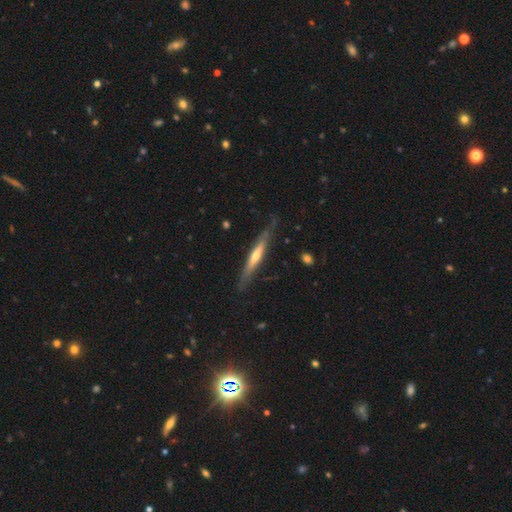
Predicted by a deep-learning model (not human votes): Overall: featured or disk (63%; smooth 32%). Edge-on disk: yes (93%). Edge-on bulge: rounded (62%; none 29%). Merging: none (75%).